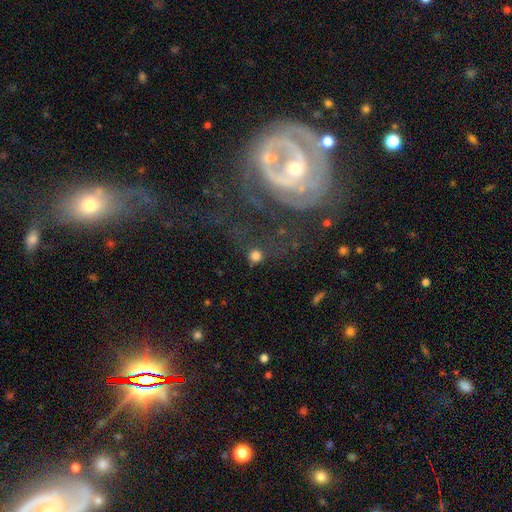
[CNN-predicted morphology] Q: Smooth or featured?
A: smooth (70%); runner-up: star or artifact (18%)
Q: How rounded?
A: round (90%); runner-up: in between (8%)
Q: Merging?
A: none (70%); runner-up: minor disturbance (13%)